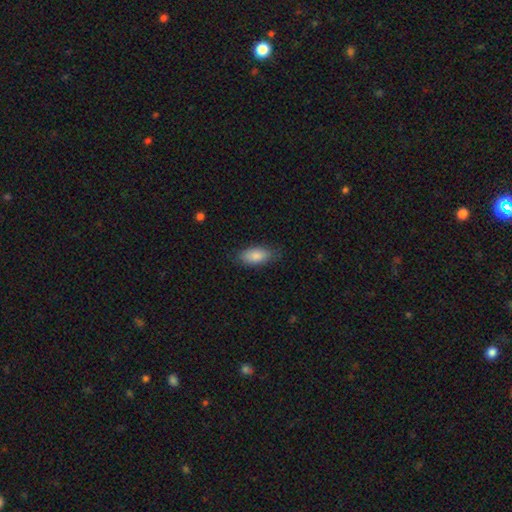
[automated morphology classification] This appears to be a smooth galaxy with no disk features (85%) that is in between round and cigar-shaped (89%). Merging: none (79%).